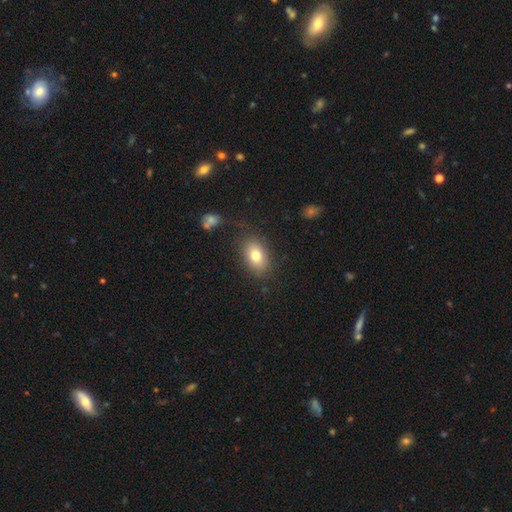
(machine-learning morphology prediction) This appears to be a smooth galaxy with no disk features (78%) that is in between round and cigar-shaped (81%). Merging: none (80%).